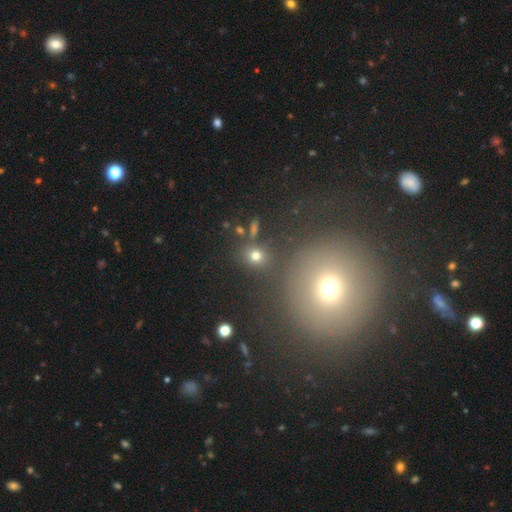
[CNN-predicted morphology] A smooth galaxy with no disk features (71%) that is round (69%).

Vote fractions:
- Smooth or featured? smooth: 71% / star or artifact: 20% / featured or disk: 9%
- How rounded? round: 69% / in between: 29% / cigar-shaped: 2%
- Merging? none: 80% / minor disturbance: 9% / merger: 7% / major disturbance: 4%